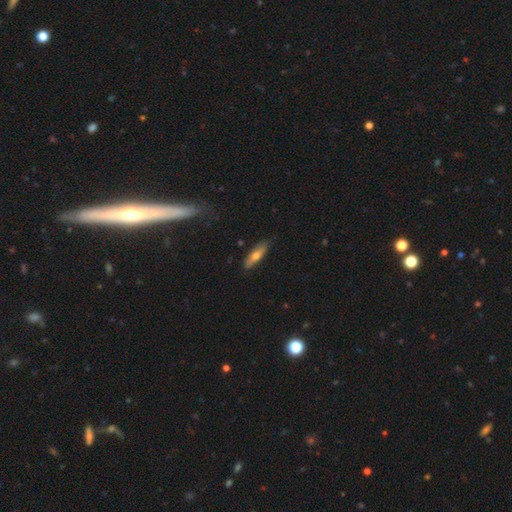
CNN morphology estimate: Overall: smooth (61%; featured or disk 32%). How rounded: cigar-shaped (58%; in between 39%). Merging: none (83%).